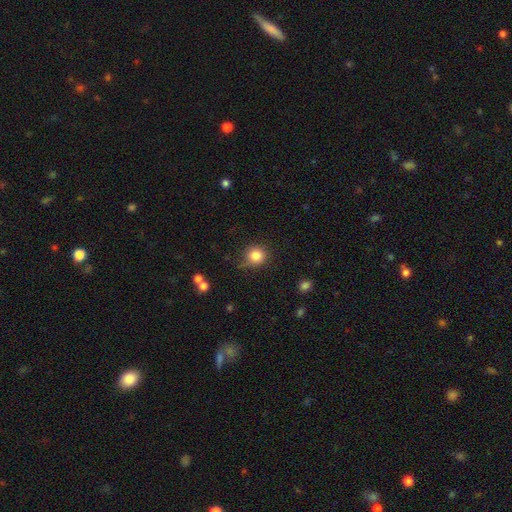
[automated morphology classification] Smooth or featured?
  - smooth: 83% *
  - star or artifact: 11%
  - featured or disk: 6%
How rounded?
  - round: 90% *
  - in between: 9%
  - cigar-shaped: 1%
Merging?
  - none: 73% *
  - minor disturbance: 19%
  - major disturbance: 5%
  - merger: 3%